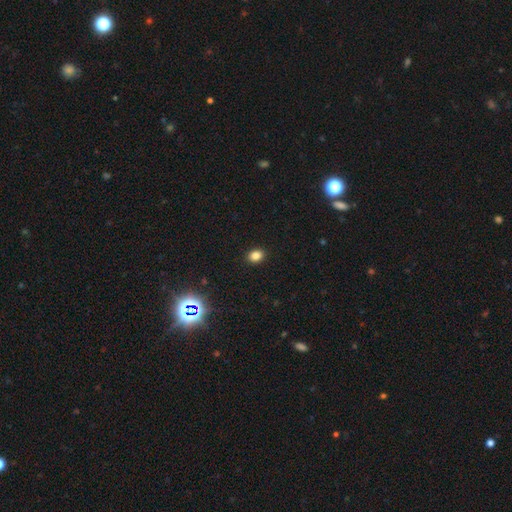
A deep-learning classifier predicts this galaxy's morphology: Overall: smooth (83%). How rounded: in between (61%; round 38%). Merging: none (91%).